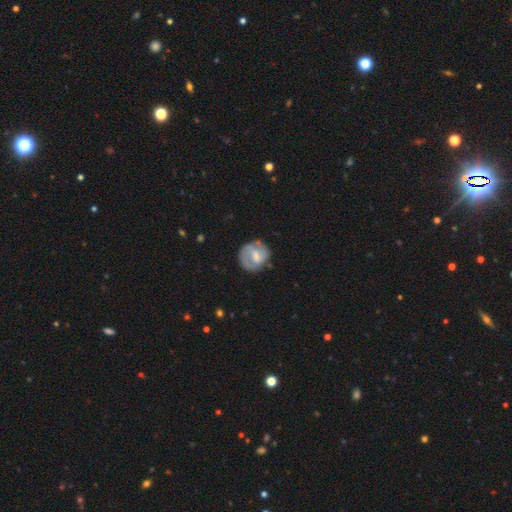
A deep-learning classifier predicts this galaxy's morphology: featured or disk 65%, smooth 30%, star or artifact 6%. Down the decision tree: edge-on disk — no (97%); bar — weak (55%); spiral arms — yes (80%); spiral arm count — 2 (68%); spiral winding — tight (43%); bulge size — moderate (40%); merging — none (72%).